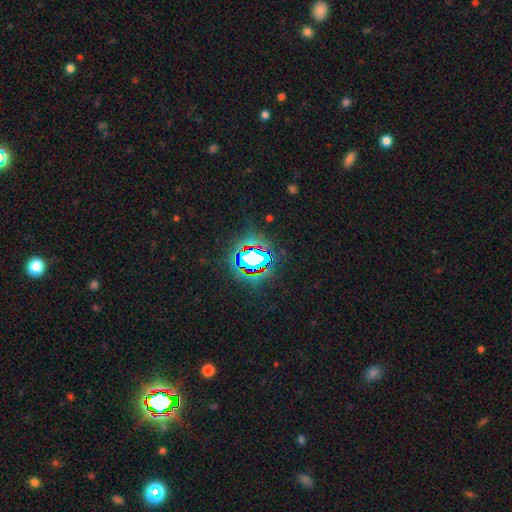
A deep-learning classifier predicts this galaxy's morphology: Smooth or featured: star or artifact — 80% (smooth — 12%)